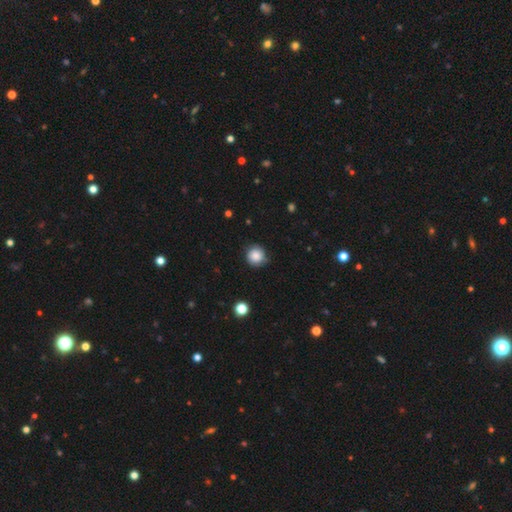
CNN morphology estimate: Smooth or featured: smooth — 83% (star or artifact — 9%)
How rounded: round — 93% (in between — 6%)
Merging: none — 80% (minor disturbance — 15%)